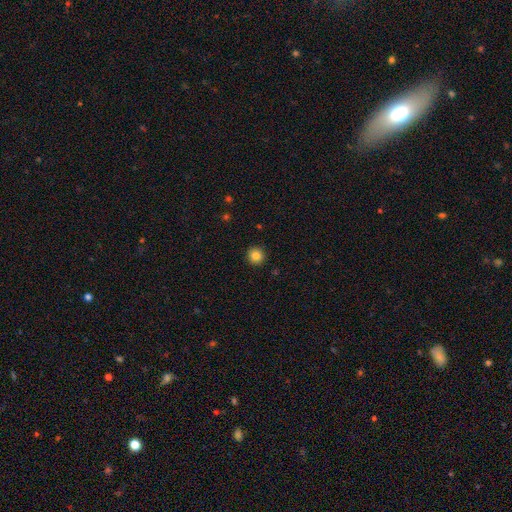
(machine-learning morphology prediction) smooth-or-featured: smooth: 84% | star or artifact: 10% | featured or disk: 6%
  how-rounded: round: 95% | in between: 4% | cigar-shaped: 1%
  merging: none: 93% | minor disturbance: 5% | major disturbance: 2% | merger: 1%